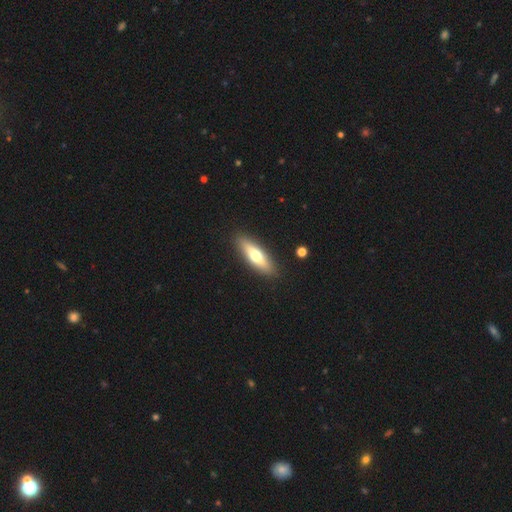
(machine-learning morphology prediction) A smooth galaxy with no disk features (58%) that is cigar-shaped (60%).

Vote fractions:
- Smooth or featured? smooth: 58% / featured or disk: 37% / star or artifact: 6%
- How rounded? cigar-shaped: 60% / in between: 38% / round: 2%
- Merging? none: 89% / minor disturbance: 8% / major disturbance: 2% / merger: 1%